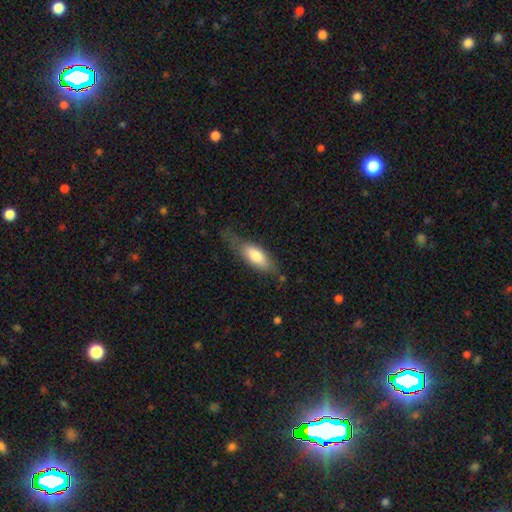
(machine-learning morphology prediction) Smooth or featured? Predicted: smooth (p=0.73). How rounded? Predicted: in between (p=0.69). Merging? Predicted: none (p=0.53).